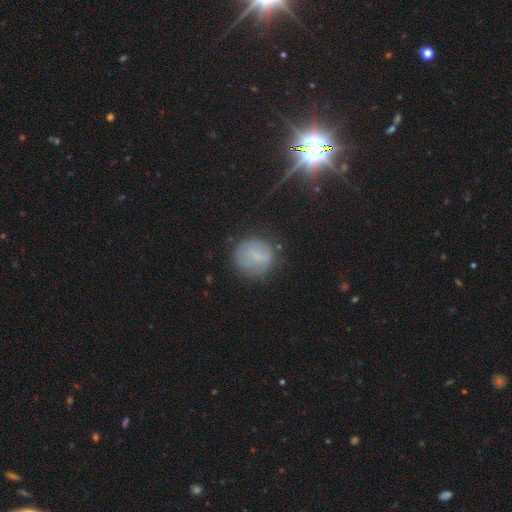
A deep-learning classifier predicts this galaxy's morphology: Overall: smooth (59%; featured or disk 27%). How rounded: round (85%). Merging: none (73%).